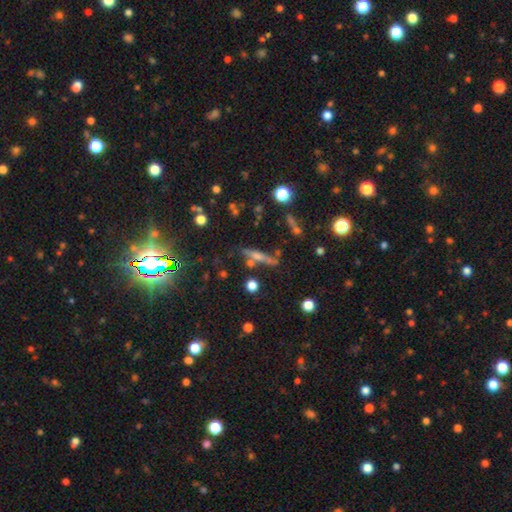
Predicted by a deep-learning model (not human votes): Smooth or featured? Predicted: featured or disk (p=0.43). Merging? Predicted: none (p=0.69).